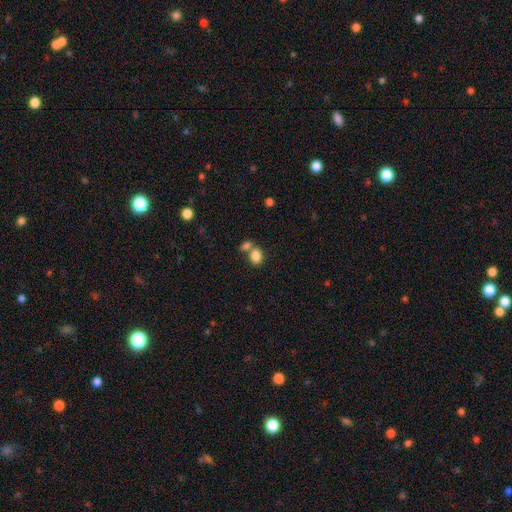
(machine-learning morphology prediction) Smooth or featured: smooth — 83% (star or artifact — 9%)
How rounded: in between — 57% (round — 42%)
Merging: none — 46% (merger — 41%)